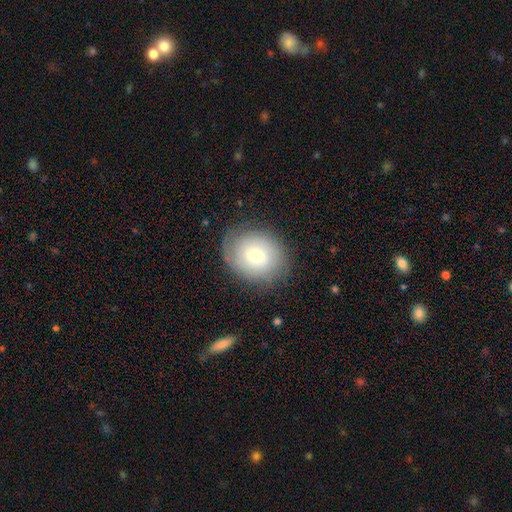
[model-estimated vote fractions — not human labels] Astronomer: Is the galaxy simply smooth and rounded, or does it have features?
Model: smooth — 49% (runner-up: featured or disk, 42%).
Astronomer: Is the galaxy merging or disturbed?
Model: none — 80%.